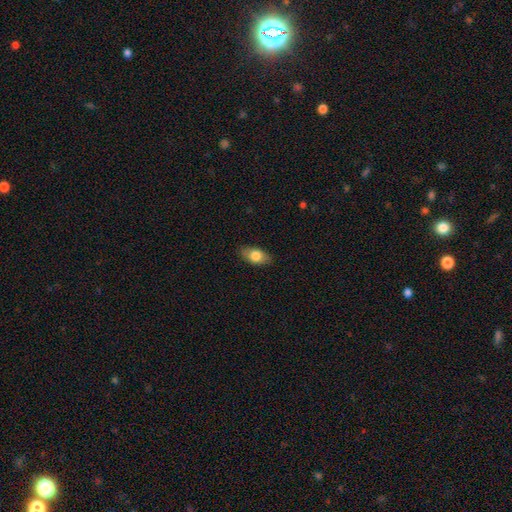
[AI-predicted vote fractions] A smooth galaxy with no disk features (77%) that is in between round and cigar-shaped (88%).

Vote fractions:
- Smooth or featured? smooth: 77% / featured or disk: 16% / star or artifact: 7%
- How rounded? in between: 88% / round: 7% / cigar-shaped: 5%
- Merging? none: 85% / minor disturbance: 12% / major disturbance: 2% / merger: 1%